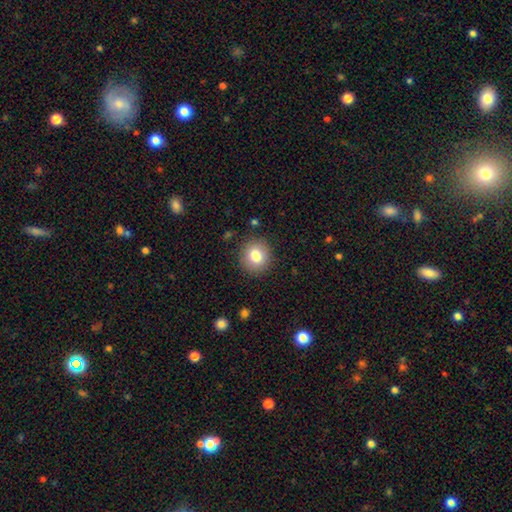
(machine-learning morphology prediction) smooth 80%, star or artifact 10%, featured or disk 10%. Down the decision tree: how rounded — round (89%); merging — none (89%).